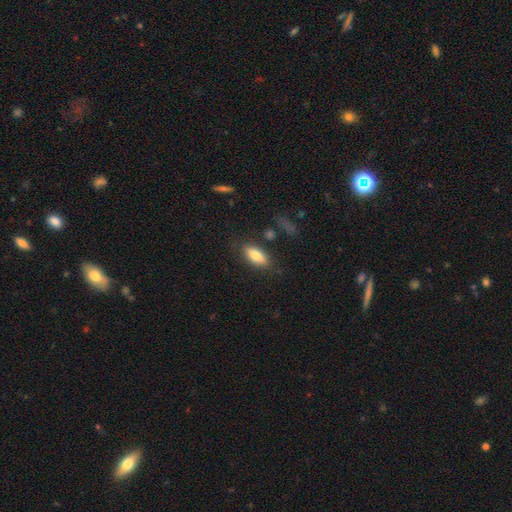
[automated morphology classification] Smooth or featured? Predicted: smooth (p=0.76). How rounded? Predicted: in between (p=0.76). Merging? Predicted: none (p=0.81).